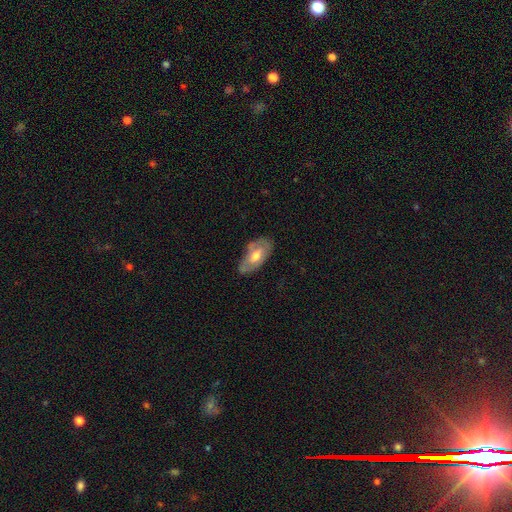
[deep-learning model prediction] This is possibly a smooth galaxy (51%). How rounded: clearly in between (91%). Merging: likely none (61%).